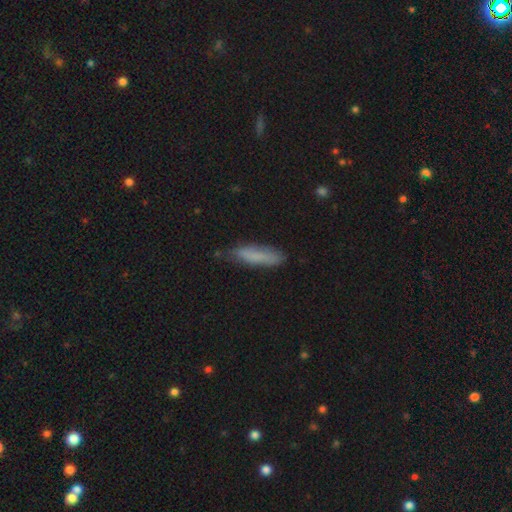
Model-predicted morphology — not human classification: Smooth or featured? smooth (79%)
How rounded? cigar-shaped (75%)
Merging? none (72%)